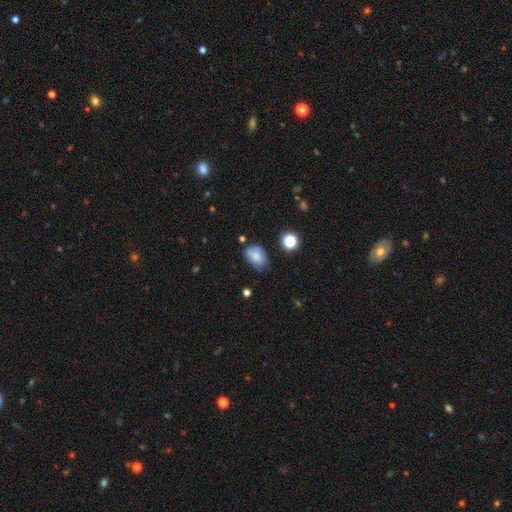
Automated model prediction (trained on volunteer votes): Smooth or featured? smooth (80%)
How rounded? in between (79%)
Merging? none (59%)